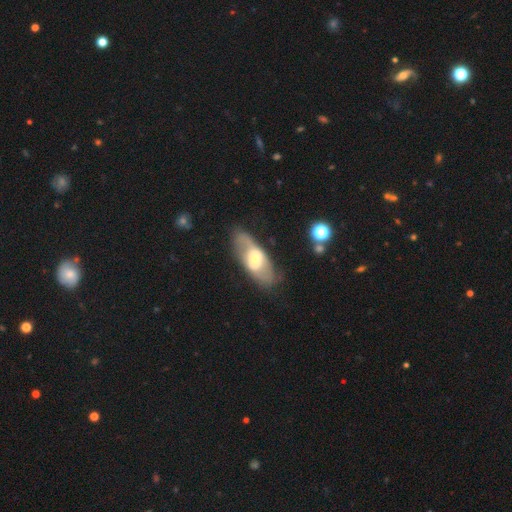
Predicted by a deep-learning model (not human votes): Smooth or featured? Predicted: featured or disk (p=0.58). Edge-on disk? Predicted: no (p=0.79). Merging? Predicted: none (p=0.74).